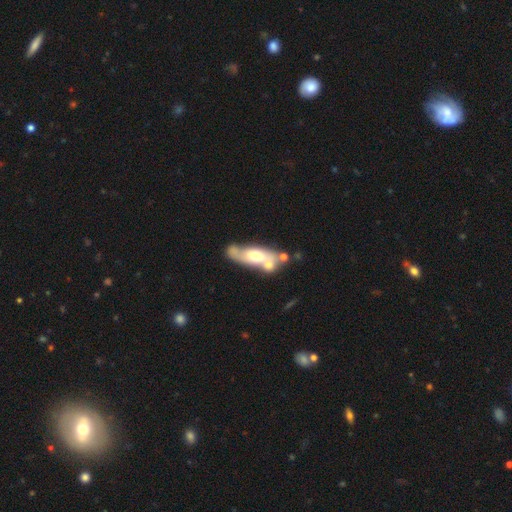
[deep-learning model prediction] Smooth or featured?
  - featured or disk: 51% *
  - smooth: 42%
  - star or artifact: 7%
Edge-on disk?
  - no: 76% *
  - yes: 24%
Merging?
  - none: 40% *
  - merger: 35%
  - minor disturbance: 17%
  - major disturbance: 9%